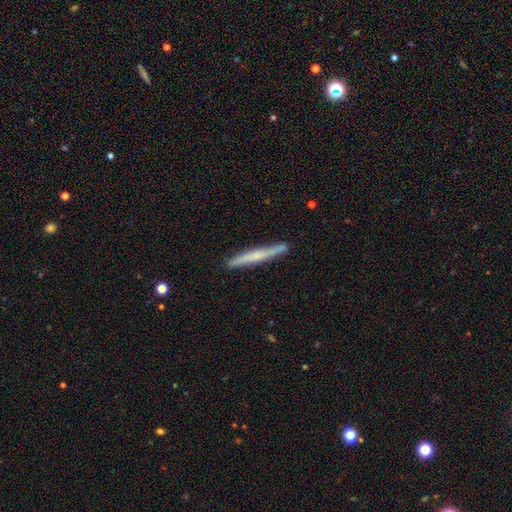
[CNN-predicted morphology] Smooth or featured?
  - featured or disk: 50% *
  - smooth: 44%
  - star or artifact: 6%
Edge-on disk?
  - yes: 96% *
  - no: 4%
Merging?
  - none: 88% *
  - minor disturbance: 9%
  - merger: 2%
  - major disturbance: 1%